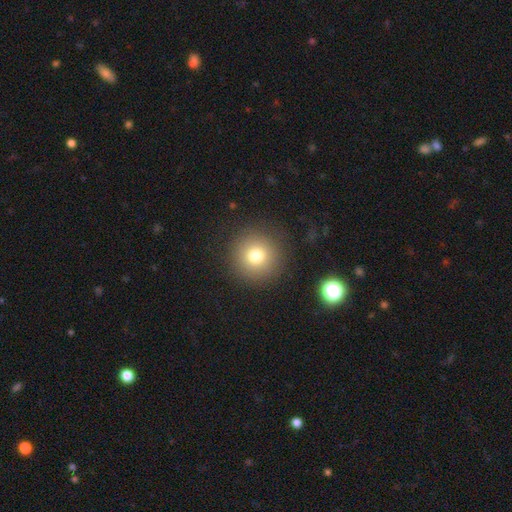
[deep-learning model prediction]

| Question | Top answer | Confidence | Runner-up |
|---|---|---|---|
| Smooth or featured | smooth | 75% | star or artifact (14%) |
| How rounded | round | 96% | in between (3%) |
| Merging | none | 88% | minor disturbance (7%) |